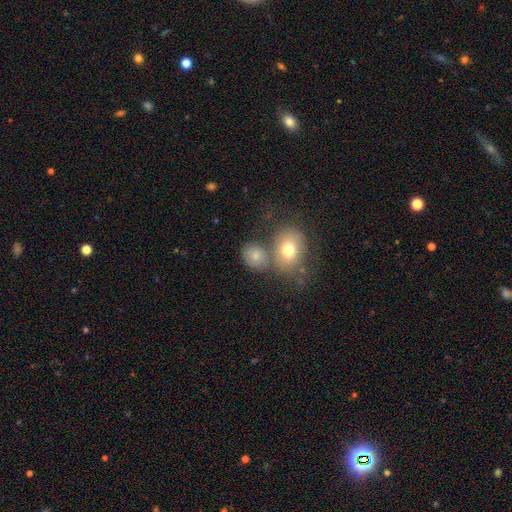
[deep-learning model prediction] This appears to be a smooth galaxy with no disk features (72%) that is round (51%). Merging: none (51%).